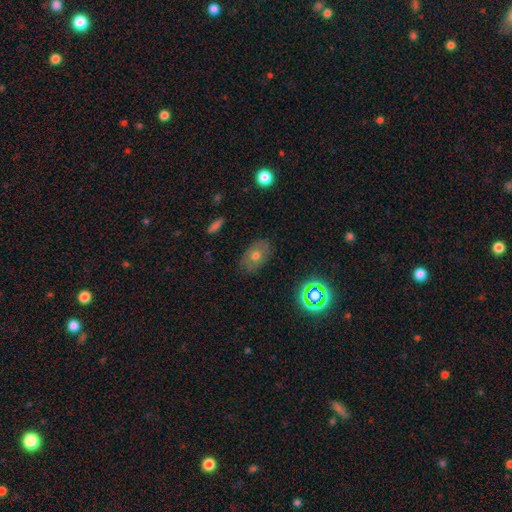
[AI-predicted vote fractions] Smooth or featured?
  - smooth: 58% *
  - featured or disk: 26%
  - star or artifact: 16%
How rounded?
  - in between: 83% *
  - round: 16%
  - cigar-shaped: 2%
Merging?
  - none: 82% *
  - minor disturbance: 13%
  - major disturbance: 4%
  - merger: 1%